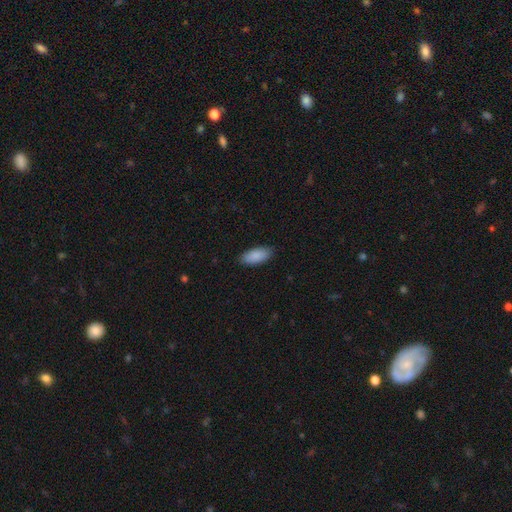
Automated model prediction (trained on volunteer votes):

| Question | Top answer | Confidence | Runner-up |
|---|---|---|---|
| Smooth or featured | smooth | 90% | star or artifact (6%) |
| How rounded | in between | 89% | cigar-shaped (9%) |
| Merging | none | 87% | minor disturbance (10%) |